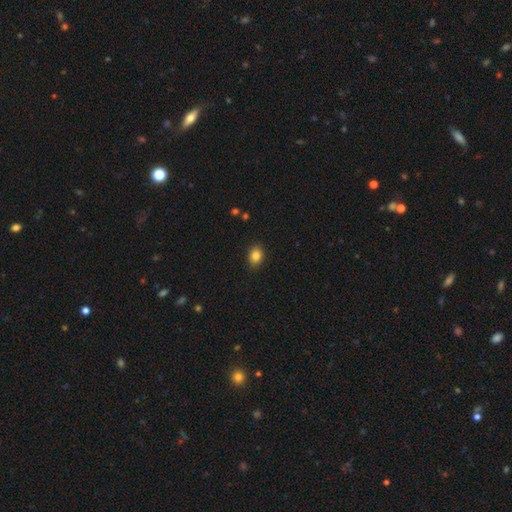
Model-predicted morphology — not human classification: This is clearly a smooth galaxy (84%). How rounded: likely in between (62%). Merging: clearly none (87%).